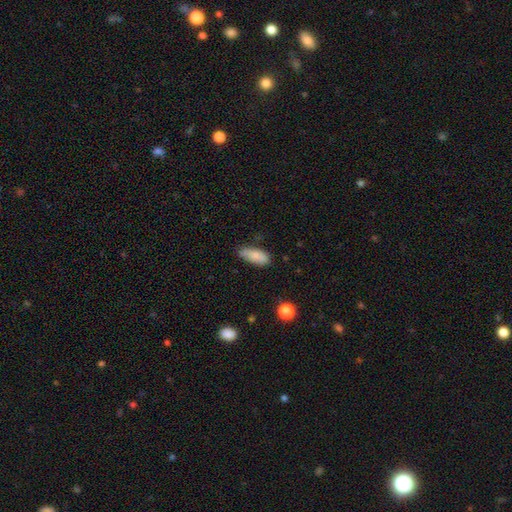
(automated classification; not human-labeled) Morphology: type=smooth (84%); roundness=in between (77%); merging=none (68%).